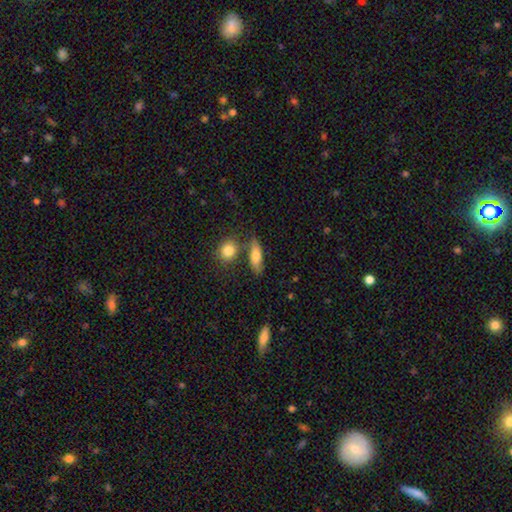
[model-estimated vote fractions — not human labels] This is likely a smooth galaxy (75%). How rounded: likely in between (61%). Merging: likely none (66%).